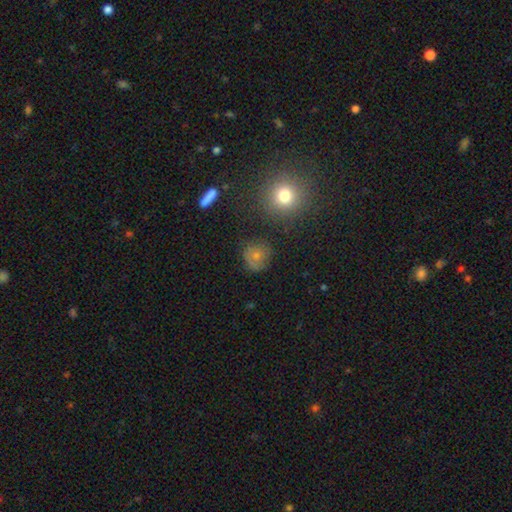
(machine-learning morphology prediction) Smooth or featured?
  - smooth: 69% *
  - star or artifact: 16%
  - featured or disk: 15%
How rounded?
  - round: 86% *
  - in between: 13%
  - cigar-shaped: 1%
Merging?
  - none: 71% *
  - minor disturbance: 18%
  - major disturbance: 8%
  - merger: 4%